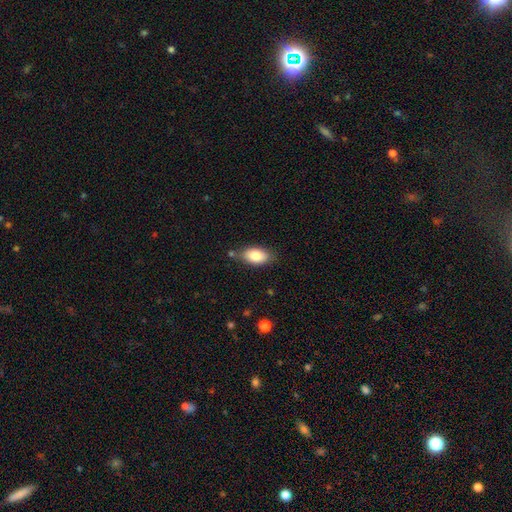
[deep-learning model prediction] Smooth or featured? Predicted: smooth (p=0.82). How rounded? Predicted: in between (p=0.91). Merging? Predicted: none (p=0.75).